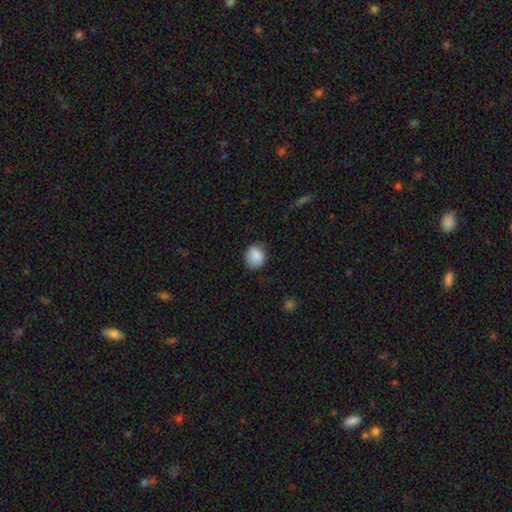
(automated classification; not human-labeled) Q: Smooth or featured?
A: smooth (88%); runner-up: star or artifact (8%)
Q: How rounded?
A: round (75%); runner-up: in between (24%)
Q: Merging?
A: none (80%); runner-up: minor disturbance (16%)